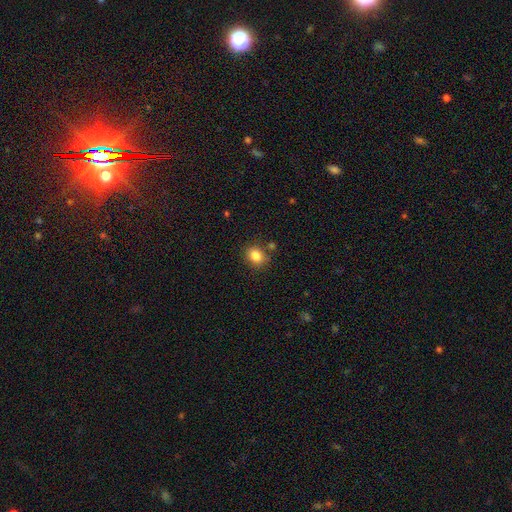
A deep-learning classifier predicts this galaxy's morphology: The model was most divided on "how rounded": round: 58%, in between: 41%, cigar-shaped: 1%. More confident: smooth or featured — smooth (84%); merging — none (80%).